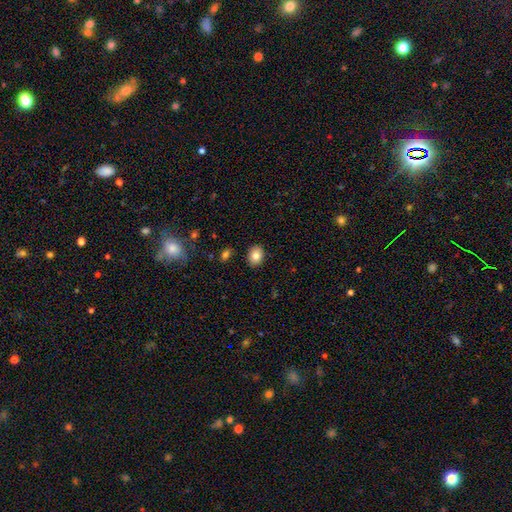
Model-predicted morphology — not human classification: Smooth or featured: smooth — 83% (star or artifact — 8%)
How rounded: in between — 63% (round — 36%)
Merging: none — 88% (minor disturbance — 8%)